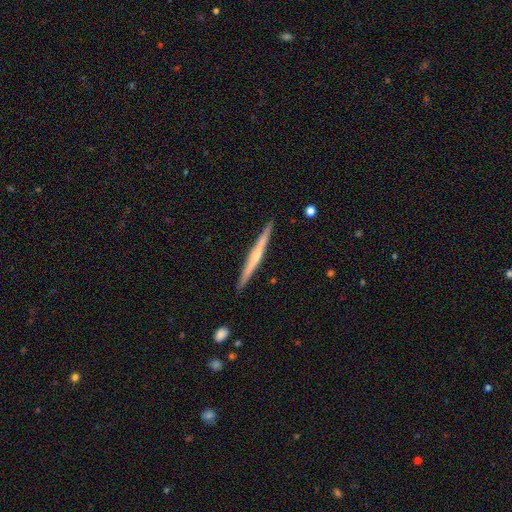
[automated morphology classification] type=featured or disk (66%); edge-on=yes (98%); edge-on bulge=rounded (50%); merging=none (92%).